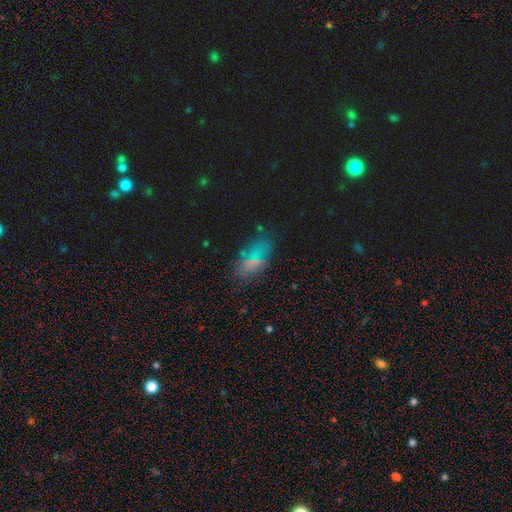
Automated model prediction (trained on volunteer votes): A smooth galaxy with no disk features (57%) that is in between round and cigar-shaped (84%). Merging: none (70%).